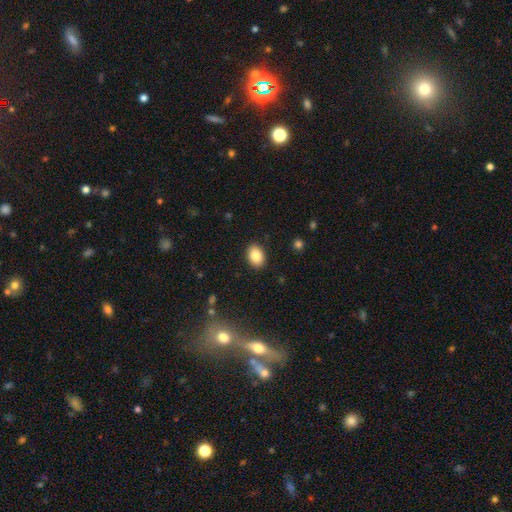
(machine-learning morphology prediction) smooth-or-featured: smooth: 85% | star or artifact: 8% | featured or disk: 6%
  how-rounded: in between: 78% | round: 21% | cigar-shaped: 1%
  merging: none: 89% | minor disturbance: 7% | major disturbance: 2% | merger: 1%